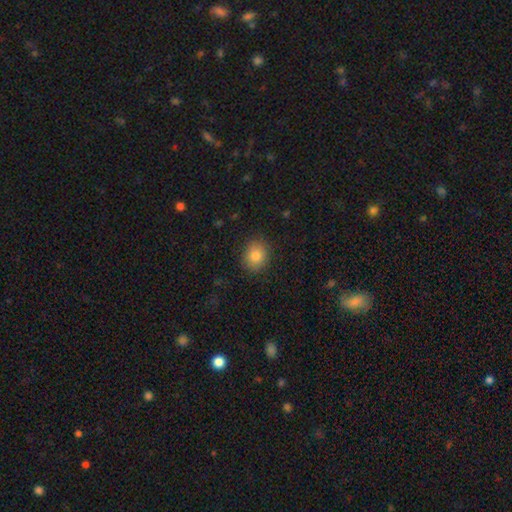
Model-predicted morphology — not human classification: smooth 83%, star or artifact 10%, featured or disk 8%. Down the decision tree: how rounded — round (59%); merging — none (87%).